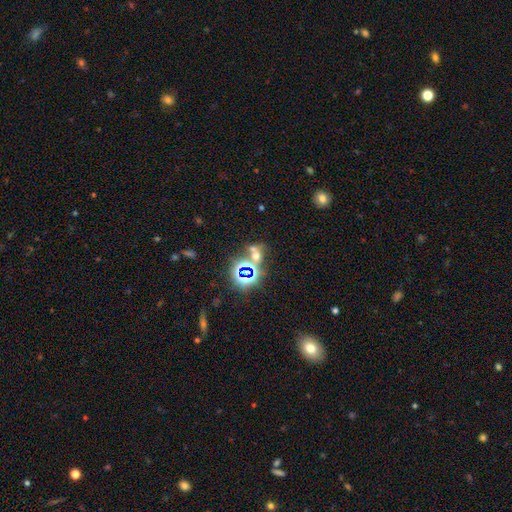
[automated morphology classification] A star or artifact, not a galaxy (49%).